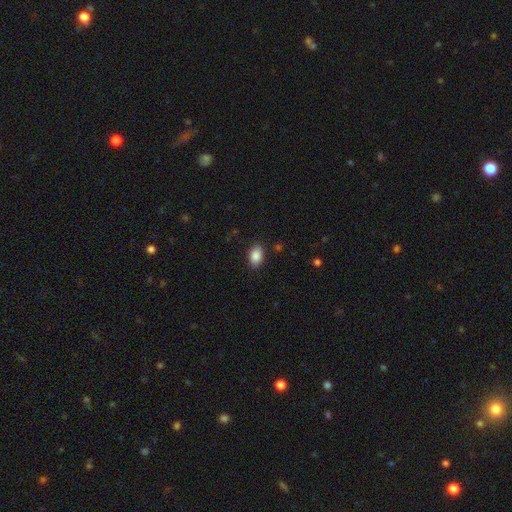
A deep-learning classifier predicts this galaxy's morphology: smooth-or-featured: smooth: 88% | star or artifact: 8% | featured or disk: 4%
  how-rounded: in between: 84% | round: 14% | cigar-shaped: 1%
  merging: none: 87% | minor disturbance: 10% | major disturbance: 3% | merger: 1%